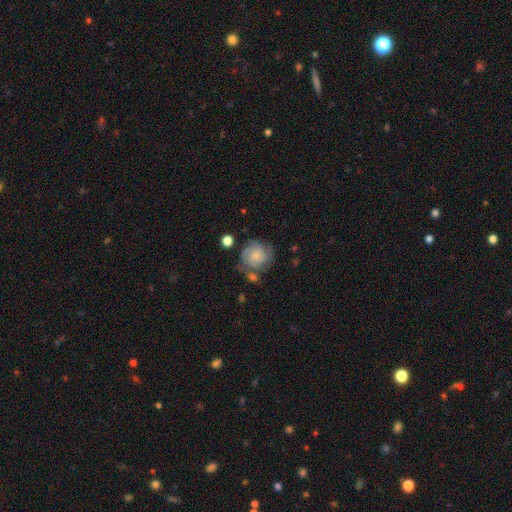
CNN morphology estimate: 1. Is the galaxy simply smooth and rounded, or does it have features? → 55% featured or disk, 36% smooth, 8% star or artifact.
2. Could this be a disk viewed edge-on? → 98% no, 2% yes.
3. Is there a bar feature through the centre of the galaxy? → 78% no, 20% weak, 3% strong.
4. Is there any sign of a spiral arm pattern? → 88% yes, 12% no.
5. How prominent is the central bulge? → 54% small, 27% moderate, 13% none, 4% large, 2% dominant.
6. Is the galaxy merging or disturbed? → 61% none, 20% minor disturbance, 10% major disturbance, 9% merger.